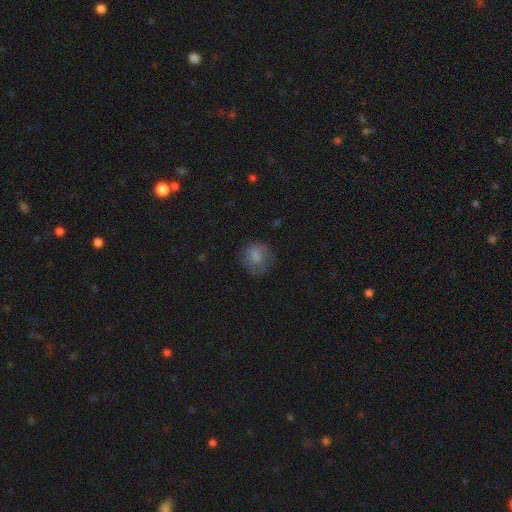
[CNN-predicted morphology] type=smooth (69%); roundness=round (78%); merging=none (64%).